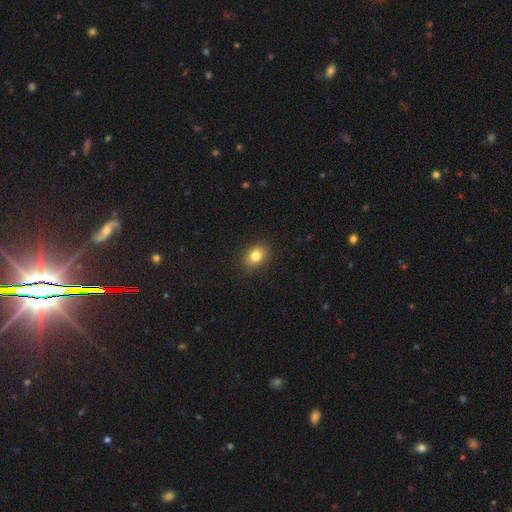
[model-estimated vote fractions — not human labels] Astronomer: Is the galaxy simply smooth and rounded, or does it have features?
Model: smooth — 82%.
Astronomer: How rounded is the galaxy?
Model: in between — 66%.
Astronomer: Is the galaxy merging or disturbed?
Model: none — 88%.